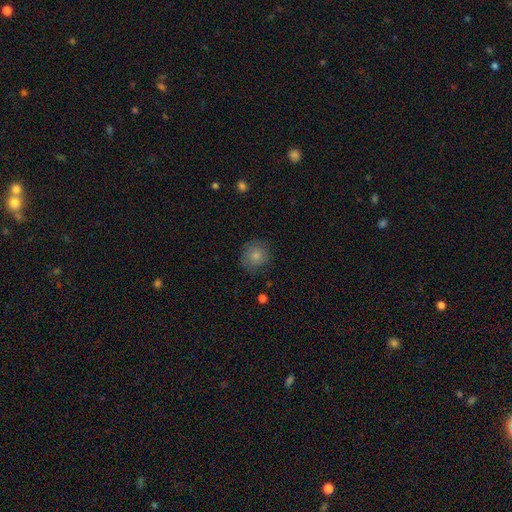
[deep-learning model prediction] Overall: smooth (82%). How rounded: round (87%). Merging: none (78%).